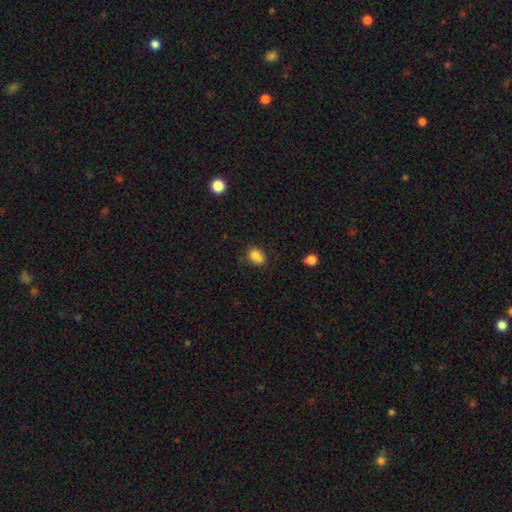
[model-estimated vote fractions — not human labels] The model was most divided on "how rounded": in between: 53%, round: 46%, cigar-shaped: 1%. More confident: smooth or featured — smooth (81%); merging — none (60%).